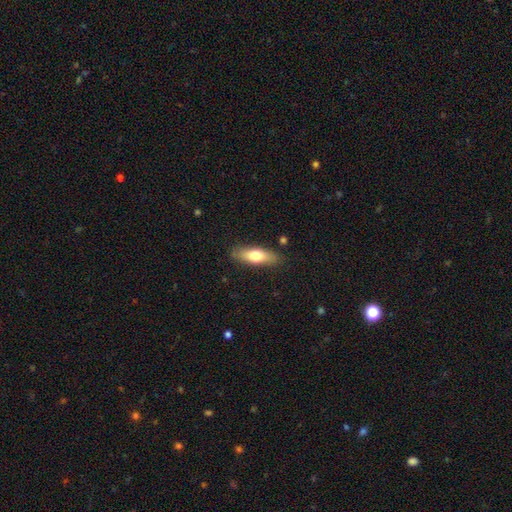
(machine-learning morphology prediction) Q: Smooth or featured?
A: smooth (67%); runner-up: featured or disk (27%)
Q: How rounded?
A: in between (55%); runner-up: cigar-shaped (43%)
Q: Merging?
A: none (85%); runner-up: minor disturbance (12%)